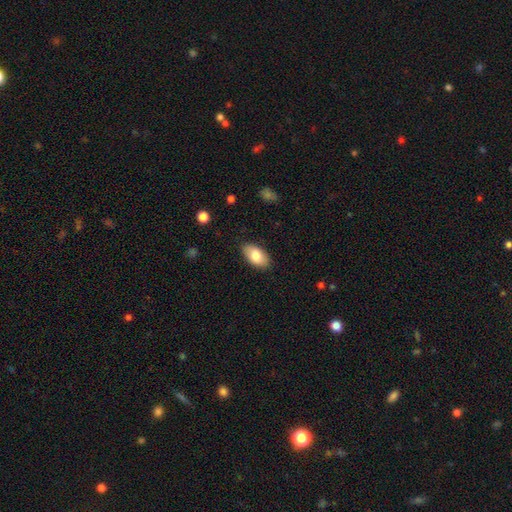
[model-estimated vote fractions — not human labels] This appears to be a smooth galaxy with no disk features (82%) that is in between round and cigar-shaped (94%). Merging: none (86%).